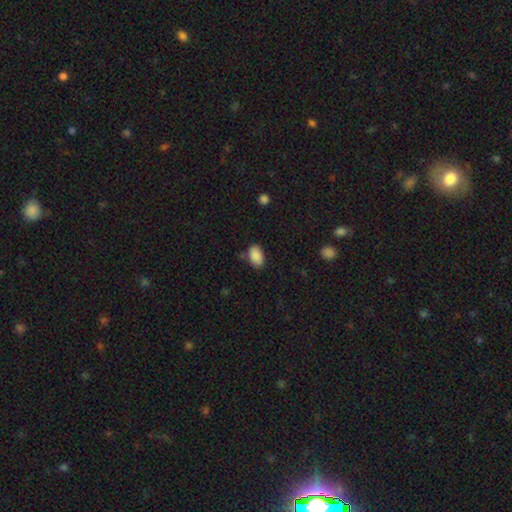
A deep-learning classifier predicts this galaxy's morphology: smooth-or-featured: smooth: 89% | star or artifact: 8% | featured or disk: 3%
  how-rounded: in between: 90% | round: 9% | cigar-shaped: 1%
  merging: none: 77% | minor disturbance: 16% | major disturbance: 4% | merger: 3%